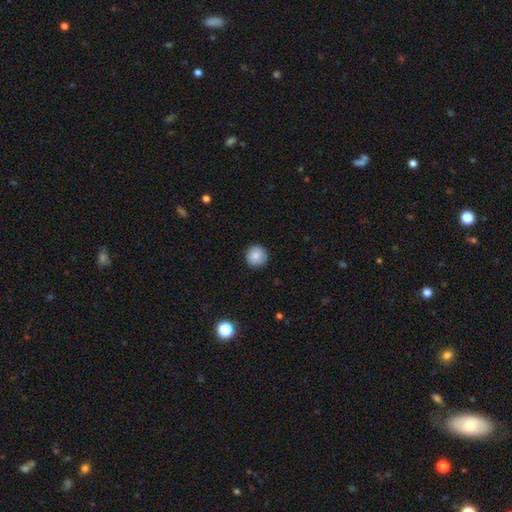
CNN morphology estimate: smooth 84%, featured or disk 9%, star or artifact 8%. Down the decision tree: how rounded — round (95%); merging — none (90%).